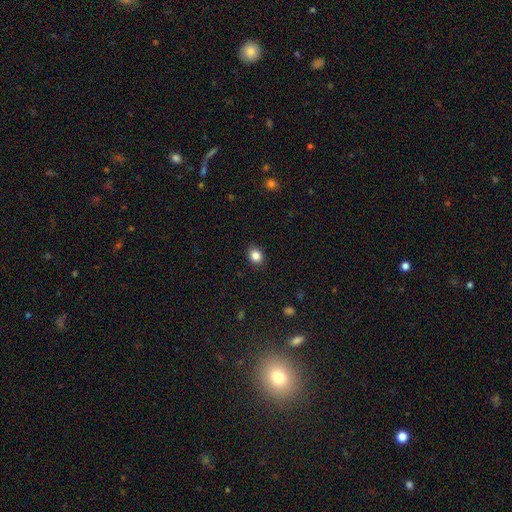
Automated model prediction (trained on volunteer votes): A smooth galaxy with no disk features (85%) that is in between round and cigar-shaped (52%).

Vote fractions:
- Smooth or featured? smooth: 85% / star or artifact: 10% / featured or disk: 5%
- How rounded? in between: 52% / round: 47% / cigar-shaped: 1%
- Merging? none: 89% / minor disturbance: 8% / major disturbance: 2% / merger: 1%